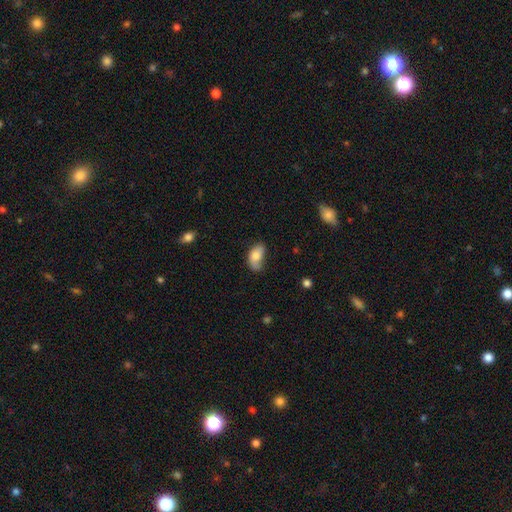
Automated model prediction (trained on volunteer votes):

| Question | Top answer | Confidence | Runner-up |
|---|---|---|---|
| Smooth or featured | smooth | 76% | featured or disk (16%) |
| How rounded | in between | 92% | round (5%) |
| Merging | none | 40% | minor disturbance (38%) |